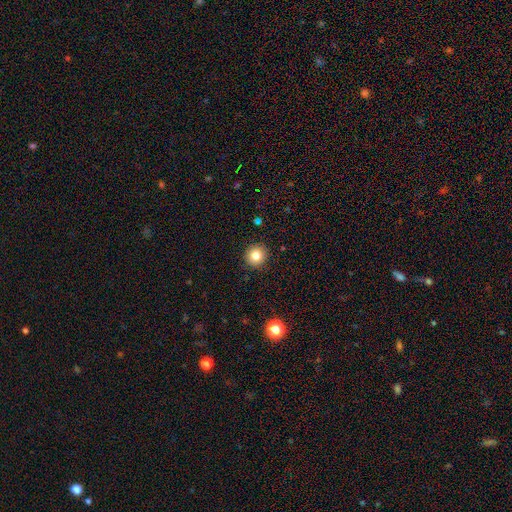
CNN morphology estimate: Smooth or featured: smooth — 82% (star or artifact — 11%)
How rounded: round — 93% (in between — 6%)
Merging: none — 91% (minor disturbance — 6%)